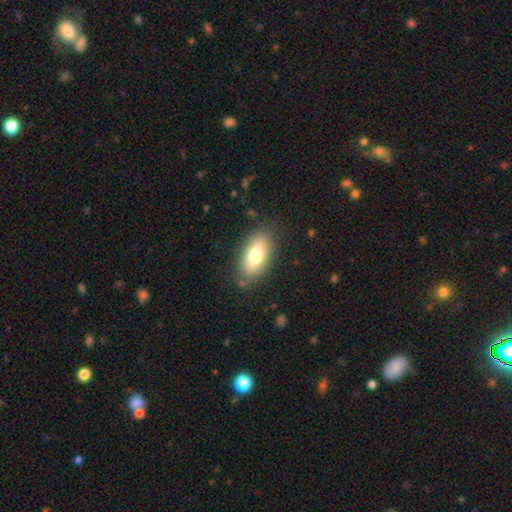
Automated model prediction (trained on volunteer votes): This appears to be a smooth galaxy with no disk features (73%) that is in between round and cigar-shaped (86%). Merging: none (83%).